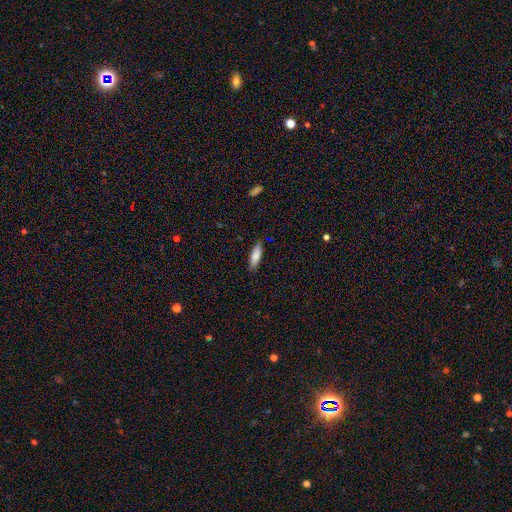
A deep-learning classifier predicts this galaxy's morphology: This is clearly a smooth galaxy (82%). How rounded: possibly cigar-shaped (51%). Merging: clearly none (86%).